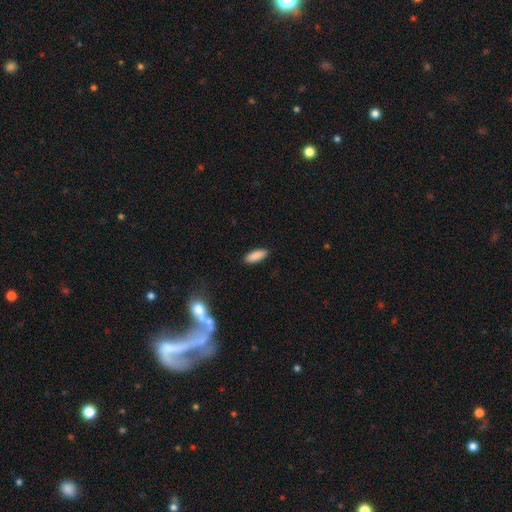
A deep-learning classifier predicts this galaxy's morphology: This is clearly a smooth galaxy (89%). How rounded: likely in between (69%). Merging: clearly none (89%).